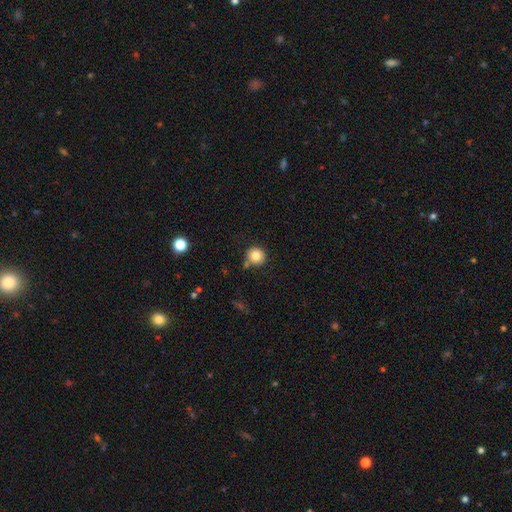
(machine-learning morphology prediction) type=smooth (83%); roundness=round (92%); merging=none (75%).